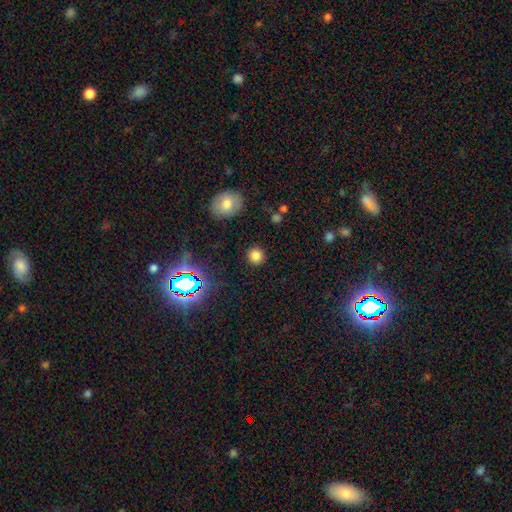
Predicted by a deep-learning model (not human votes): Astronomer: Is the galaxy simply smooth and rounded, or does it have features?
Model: smooth — 77%.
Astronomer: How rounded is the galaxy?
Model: round — 90%.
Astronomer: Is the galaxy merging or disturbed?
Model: none — 88%.